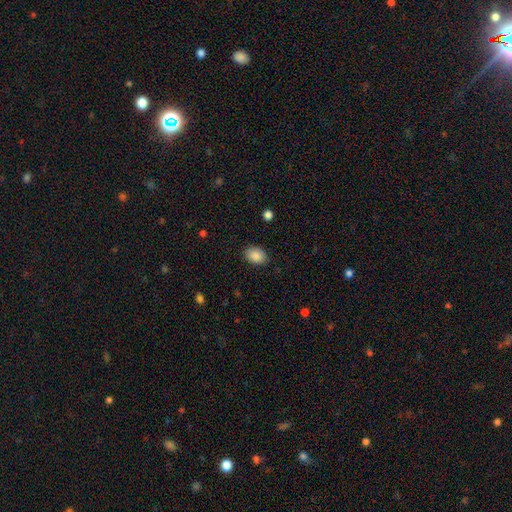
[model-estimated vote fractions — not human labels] Morphology: type=smooth (88%); roundness=in between (81%); merging=none (87%).